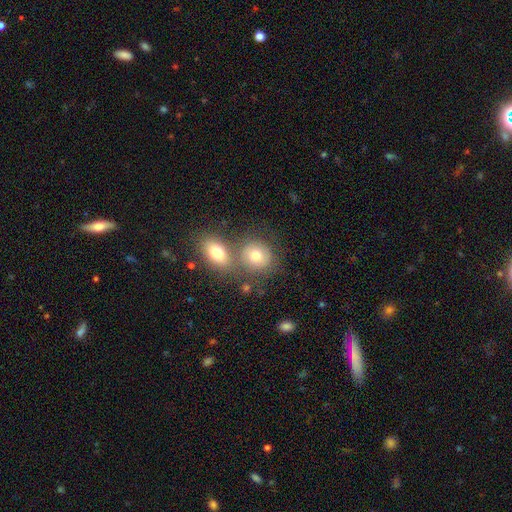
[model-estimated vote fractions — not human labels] A smooth galaxy with no disk features (77%) that is round (70%).

Vote fractions:
- Smooth or featured? smooth: 77% / featured or disk: 14% / star or artifact: 10%
- How rounded? round: 70% / in between: 29% / cigar-shaped: 1%
- Merging? none: 52% / merger: 34% / minor disturbance: 11% / major disturbance: 4%